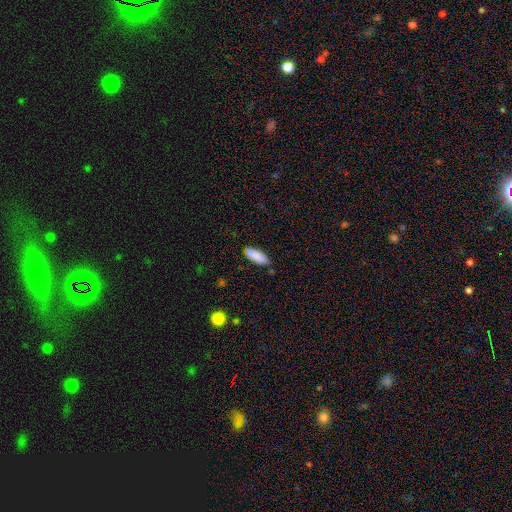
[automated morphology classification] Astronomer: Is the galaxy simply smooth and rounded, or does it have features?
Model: smooth — 89%.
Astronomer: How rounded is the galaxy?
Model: in between — 60% (runner-up: cigar-shaped, 39%).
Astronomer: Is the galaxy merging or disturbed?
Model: none — 84%.